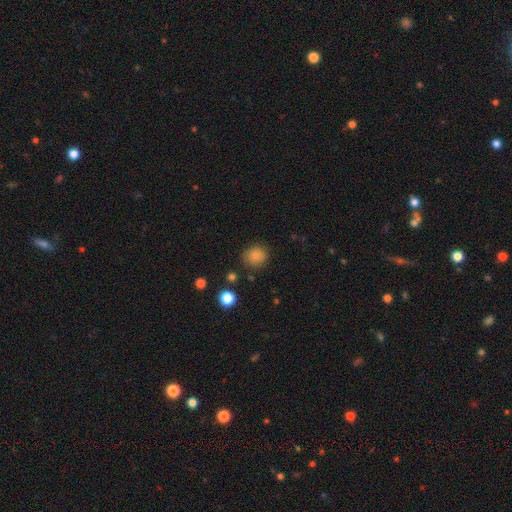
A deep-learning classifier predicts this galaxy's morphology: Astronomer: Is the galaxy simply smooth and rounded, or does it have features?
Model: smooth — 83%.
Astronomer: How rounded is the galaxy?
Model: round — 84%.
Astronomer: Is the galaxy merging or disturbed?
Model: none — 84%.